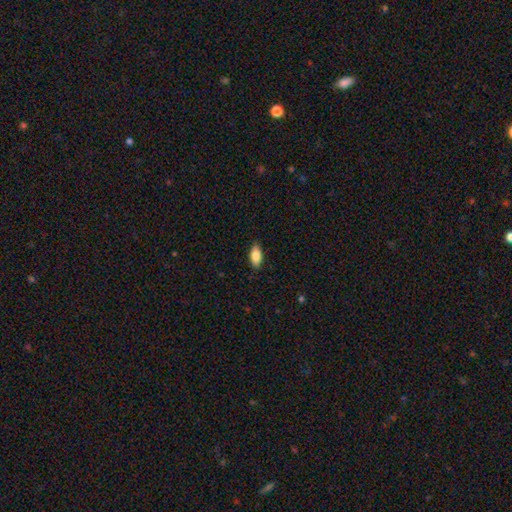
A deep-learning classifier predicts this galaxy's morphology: Q: Smooth or featured?
A: smooth (85%); runner-up: featured or disk (8%)
Q: How rounded?
A: in between (90%); runner-up: cigar-shaped (8%)
Q: Merging?
A: none (87%); runner-up: minor disturbance (10%)